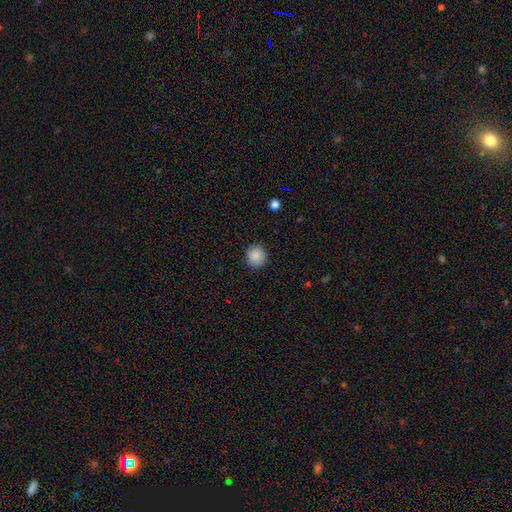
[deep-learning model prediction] Morphology: type=smooth (88%); roundness=round (92%); merging=none (90%).